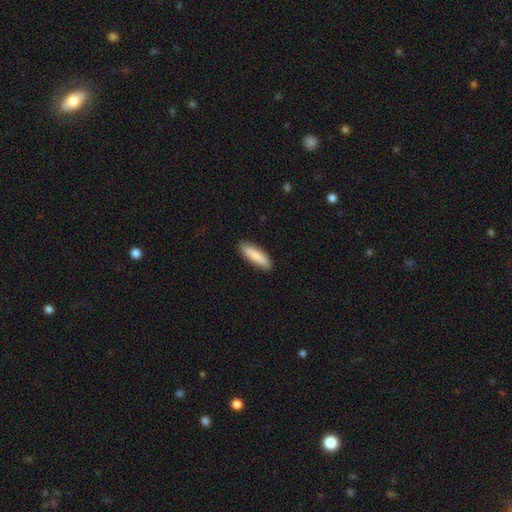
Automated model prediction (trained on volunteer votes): This is clearly a smooth galaxy (84%). How rounded: likely cigar-shaped (64%). Merging: clearly none (90%).